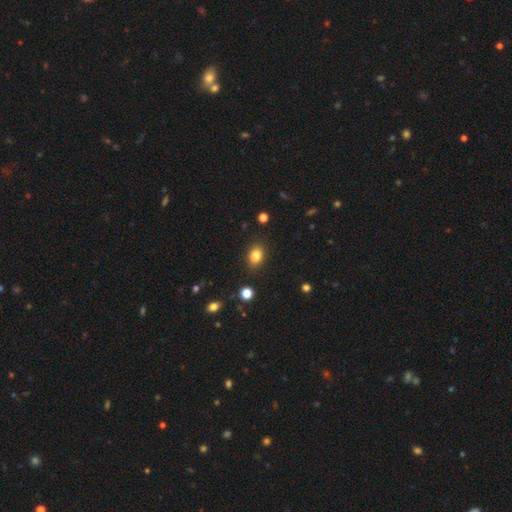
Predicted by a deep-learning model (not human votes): A smooth galaxy with no disk features (83%) that is in between round and cigar-shaped (71%). Merging: none (86%).